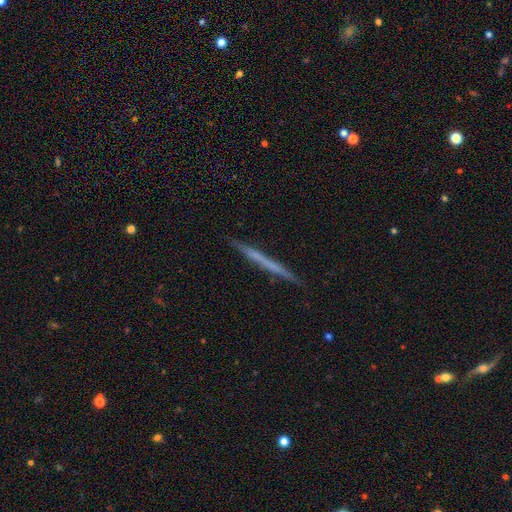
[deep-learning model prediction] smooth-or-featured: featured or disk: 52% | smooth: 42% | star or artifact: 6%
  disk-edge-on: yes: 97% | no: 3%
    edge-on-bulge: none: 88% | rounded: 8% | boxy: 4%
  merging: none: 90% | minor disturbance: 8% | major disturbance: 1% | merger: 1%